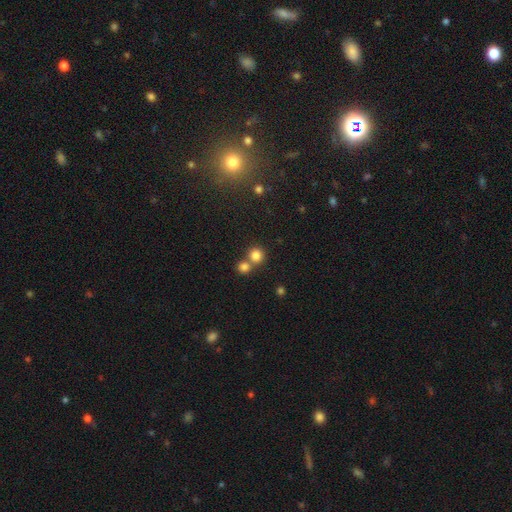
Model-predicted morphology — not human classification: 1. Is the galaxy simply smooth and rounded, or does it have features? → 81% smooth, 13% star or artifact, 7% featured or disk.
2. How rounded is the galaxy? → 90% round, 9% in between, 1% cigar-shaped.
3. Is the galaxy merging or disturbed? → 55% none, 37% merger, 6% minor disturbance, 2% major disturbance.